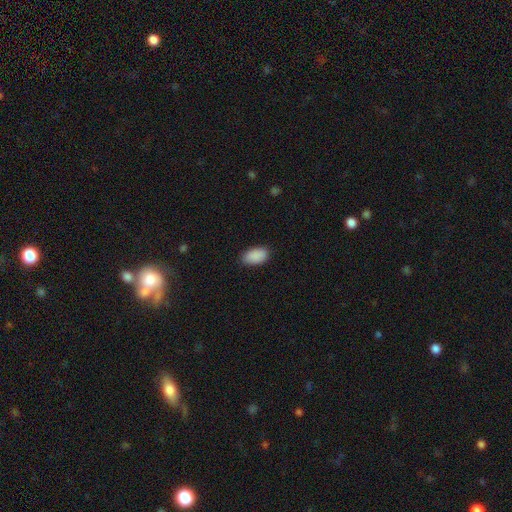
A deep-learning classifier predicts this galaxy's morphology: type=smooth (90%); roundness=in between (94%); merging=none (85%).